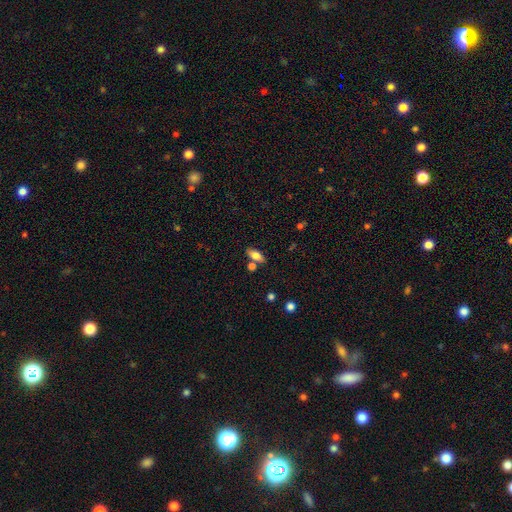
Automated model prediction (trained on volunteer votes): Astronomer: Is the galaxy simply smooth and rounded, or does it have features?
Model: smooth — 74%.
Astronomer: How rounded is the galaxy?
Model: in between — 83%.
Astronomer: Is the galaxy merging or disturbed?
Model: none — 72%.